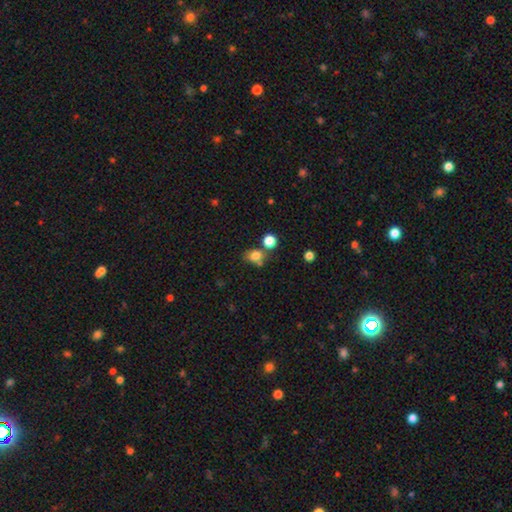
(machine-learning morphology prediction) This appears to be a smooth galaxy with no disk features (77%) that is round (50%). Merging: none (57%).